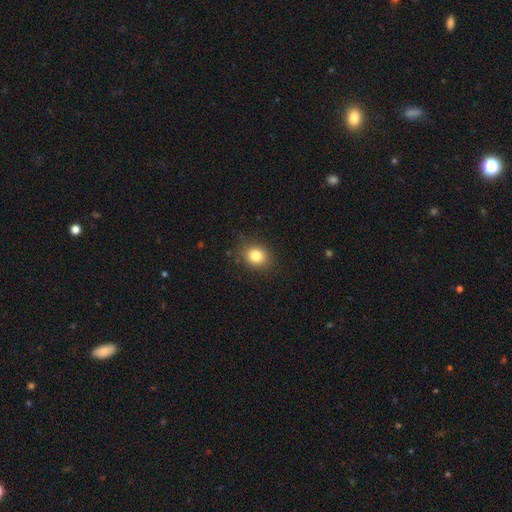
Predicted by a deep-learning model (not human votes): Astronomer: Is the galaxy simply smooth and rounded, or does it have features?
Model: smooth — 82%.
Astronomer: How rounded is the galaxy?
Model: round — 59% (runner-up: in between, 40%).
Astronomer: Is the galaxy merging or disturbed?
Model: none — 84%.